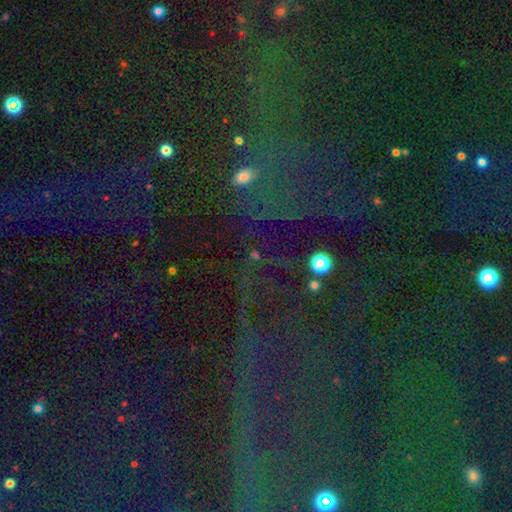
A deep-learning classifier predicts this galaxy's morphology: The model was most divided on "smooth or featured": star or artifact: 63%, smooth: 26%, featured or disk: 11%.